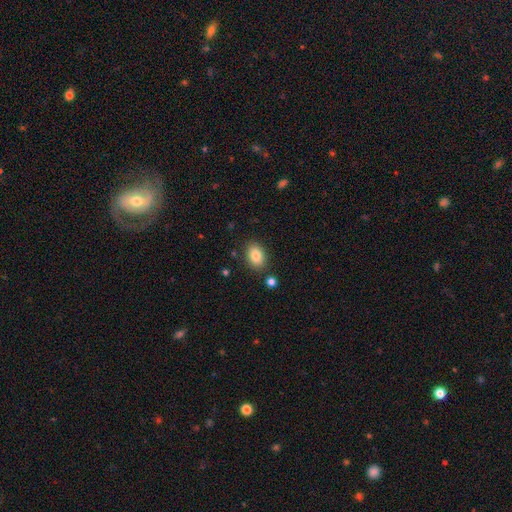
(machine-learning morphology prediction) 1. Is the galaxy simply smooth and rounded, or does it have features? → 85% smooth, 8% star or artifact, 7% featured or disk.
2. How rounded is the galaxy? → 84% in between, 15% round, 1% cigar-shaped.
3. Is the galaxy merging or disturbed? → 84% none, 10% minor disturbance, 3% merger, 3% major disturbance.